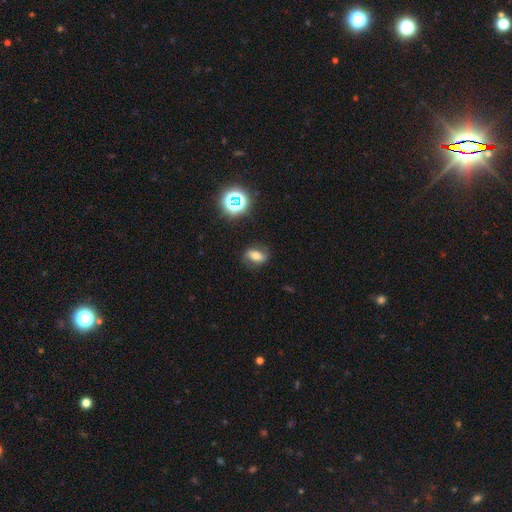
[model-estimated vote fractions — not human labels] smooth_or_featured: smooth (p=0.56) [alt: featured or disk p=0.27]
how_rounded: in between (p=0.76) [alt: round p=0.20]
merging: none (p=0.77) [alt: minor disturbance p=0.16]